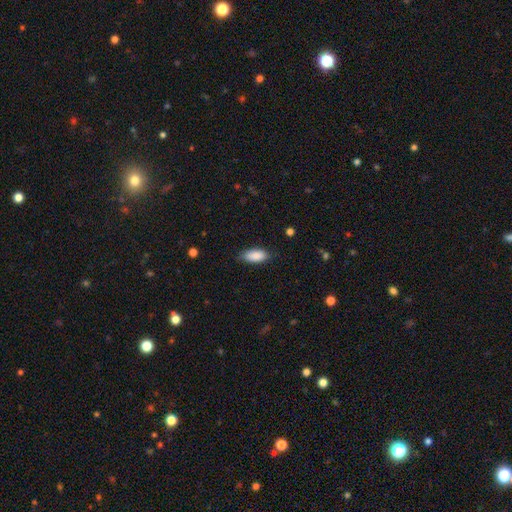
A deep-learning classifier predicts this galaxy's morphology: smooth-or-featured: smooth: 89% | star or artifact: 6% | featured or disk: 5%
  how-rounded: in between: 86% | cigar-shaped: 12% | round: 2%
  merging: none: 81% | minor disturbance: 15% | major disturbance: 3% | merger: 1%